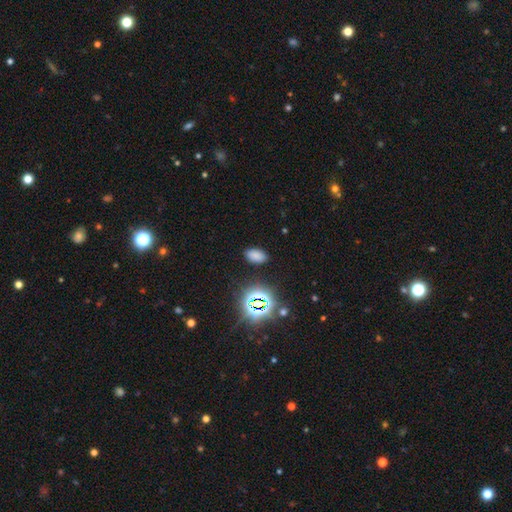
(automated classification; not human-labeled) This is likely a smooth galaxy (71%). How rounded: clearly in between (92%). Merging: clearly none (86%).